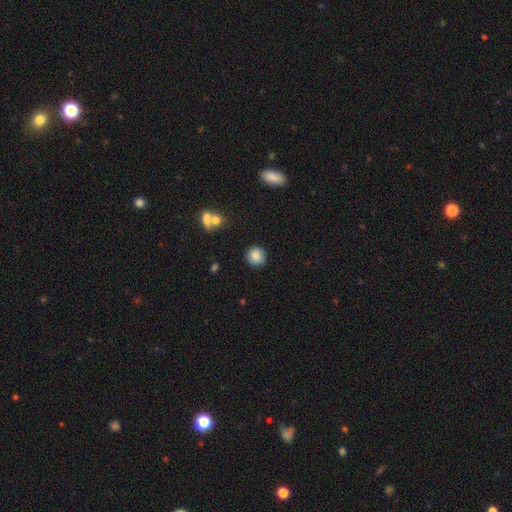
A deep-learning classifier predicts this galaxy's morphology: A smooth galaxy with no disk features (85%) that is round (92%).

Vote fractions:
- Smooth or featured? smooth: 85% / star or artifact: 9% / featured or disk: 6%
- How rounded? round: 92% / in between: 7% / cigar-shaped: 1%
- Merging? none: 88% / minor disturbance: 8% / merger: 2% / major disturbance: 2%